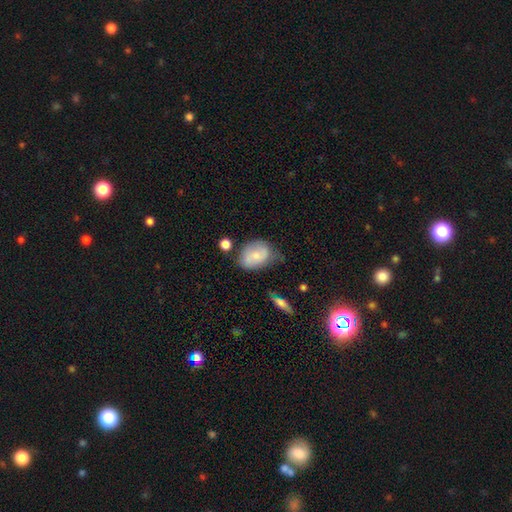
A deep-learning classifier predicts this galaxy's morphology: Smooth or featured? smooth (66%)
How rounded? in between (72%)
Merging? none (53%)